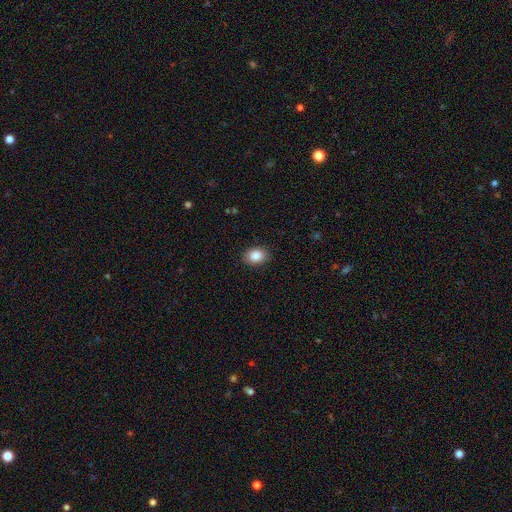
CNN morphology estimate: smooth_or_featured: smooth (p=0.87) [alt: star or artifact p=0.08]
how_rounded: in between (p=0.69) [alt: round p=0.30]
merging: none (p=0.88) [alt: minor disturbance p=0.09]